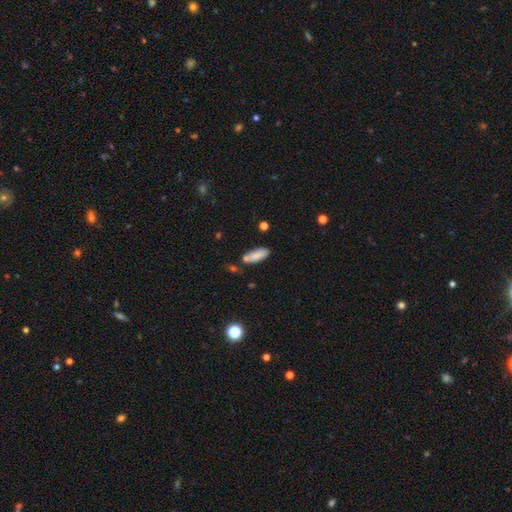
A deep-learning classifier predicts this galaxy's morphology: Q: Smooth or featured?
A: smooth (84%); runner-up: featured or disk (8%)
Q: How rounded?
A: in between (69%); runner-up: cigar-shaped (29%)
Q: Merging?
A: none (65%); runner-up: minor disturbance (18%)